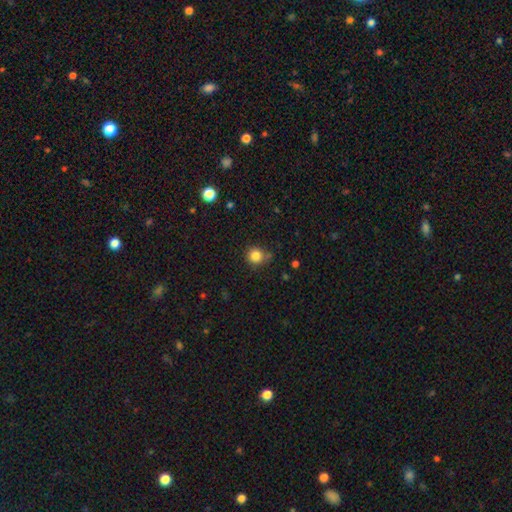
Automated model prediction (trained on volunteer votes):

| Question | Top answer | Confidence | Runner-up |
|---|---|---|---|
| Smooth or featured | smooth | 83% | star or artifact (12%) |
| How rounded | round | 91% | in between (8%) |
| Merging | none | 73% | minor disturbance (16%) |